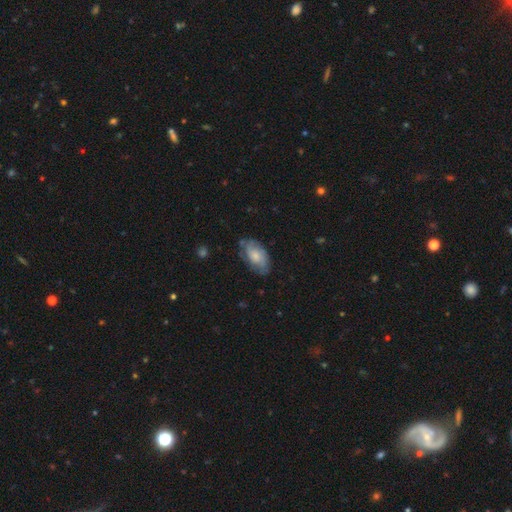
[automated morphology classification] smooth_or_featured: featured or disk (p=0.52) [alt: smooth p=0.42]
disk_edge_on: no (p=0.94) [alt: yes p=0.06]
merging: none (p=0.67) [alt: minor disturbance p=0.24]